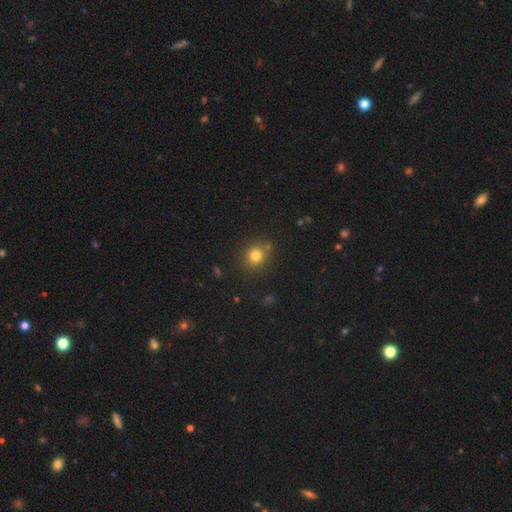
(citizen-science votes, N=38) Volunteers were most divided on "merging": none: 83%, minor disturbance: 9%, merger: 9%, major disturbance: 0%. More confident: how rounded — round (88%); smooth or featured — smooth (84%).